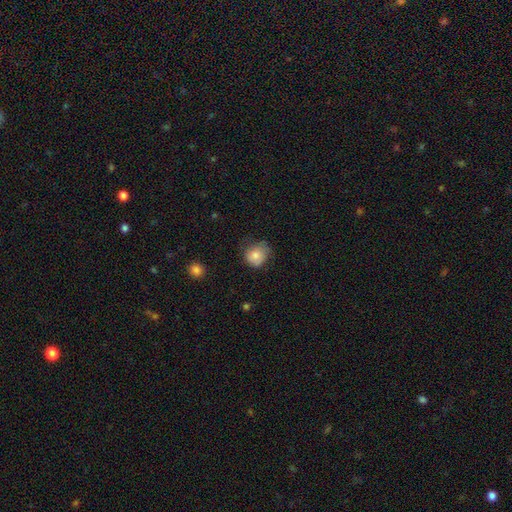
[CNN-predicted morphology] Q: Smooth or featured?
A: smooth (78%); runner-up: featured or disk (13%)
Q: How rounded?
A: round (70%); runner-up: in between (29%)
Q: Merging?
A: none (54%); runner-up: minor disturbance (33%)